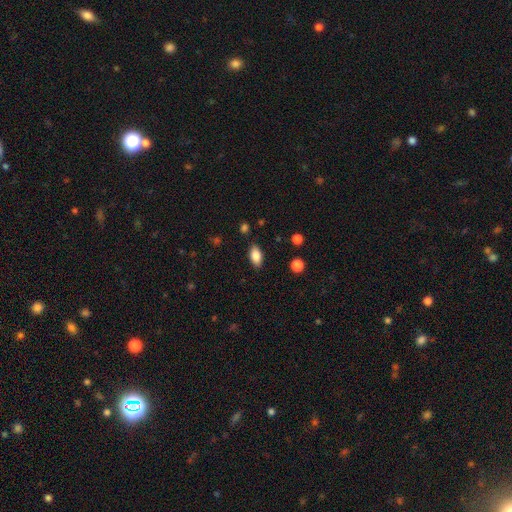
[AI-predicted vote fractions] This appears to be a smooth galaxy with no disk features (84%) that is in between round and cigar-shaped (90%). Merging: none (87%).